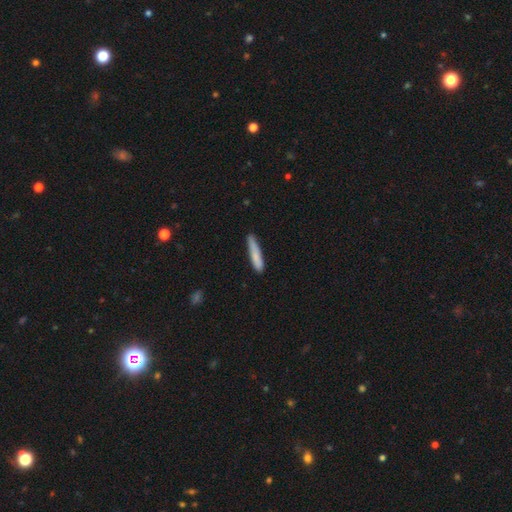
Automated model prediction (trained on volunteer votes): A smooth galaxy with no disk features (81%) that is cigar-shaped (89%).

Vote fractions:
- Smooth or featured? smooth: 81% / featured or disk: 13% / star or artifact: 6%
- How rounded? cigar-shaped: 89% / in between: 9% / round: 1%
- Merging? none: 79% / minor disturbance: 17% / major disturbance: 3% / merger: 2%